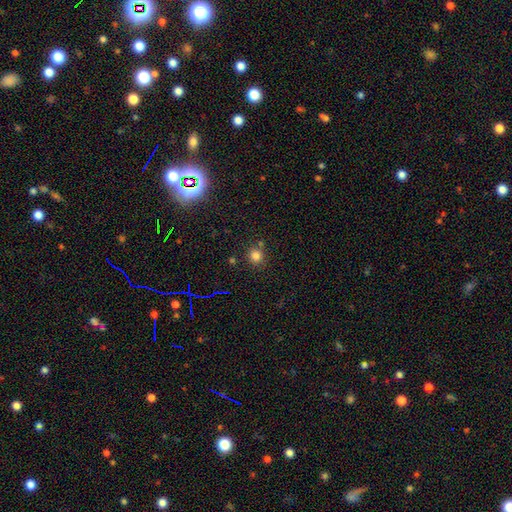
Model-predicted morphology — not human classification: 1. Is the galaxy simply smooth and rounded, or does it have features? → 80% smooth, 15% star or artifact, 6% featured or disk.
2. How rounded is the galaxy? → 90% round, 9% in between, 1% cigar-shaped.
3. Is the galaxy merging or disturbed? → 78% none, 10% minor disturbance, 9% merger, 3% major disturbance.